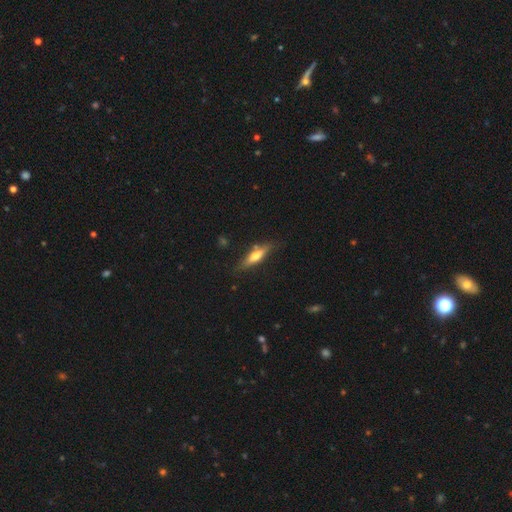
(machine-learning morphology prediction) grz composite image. It shows a featured or disk galaxy (48%). Merging: none (79%).